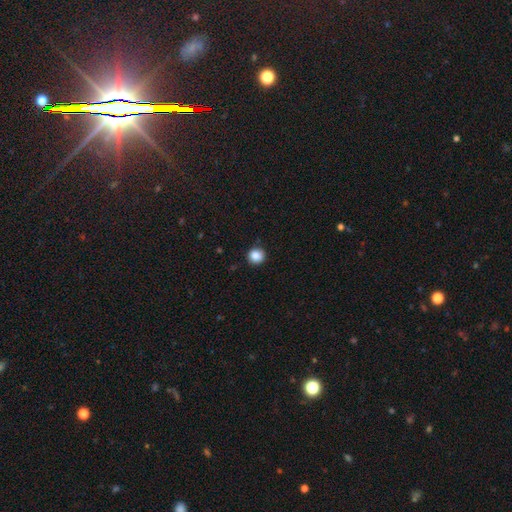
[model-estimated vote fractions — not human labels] This is clearly a smooth galaxy (86%). How rounded: clearly round (92%). Merging: clearly none (91%).